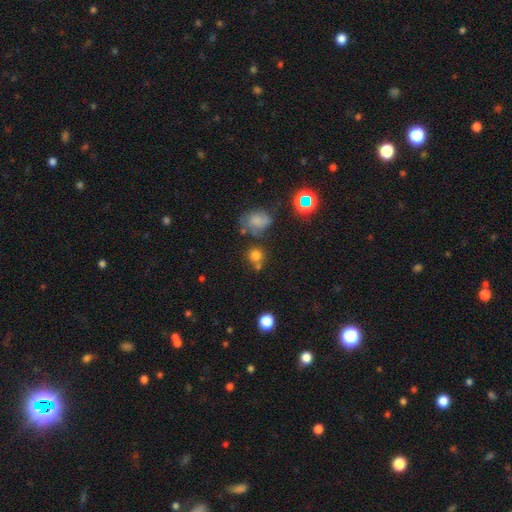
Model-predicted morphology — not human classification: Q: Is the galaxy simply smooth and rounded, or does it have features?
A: smooth — 73%.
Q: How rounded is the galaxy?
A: round — 86%.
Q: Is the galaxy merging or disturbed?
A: none — 61%.